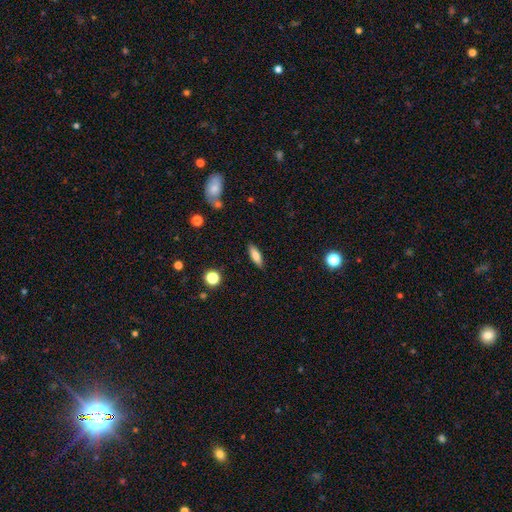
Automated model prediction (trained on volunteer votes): smooth_or_featured: smooth (p=0.75) [alt: featured or disk p=0.18]
how_rounded: in between (p=0.55) [alt: cigar-shaped p=0.43]
merging: none (p=0.87) [alt: minor disturbance p=0.09]